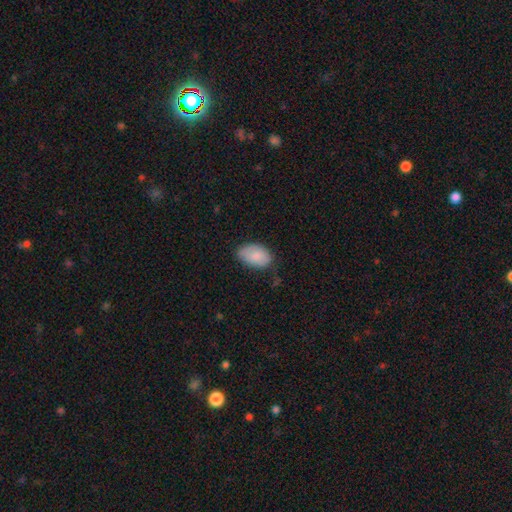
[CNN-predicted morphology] Smooth or featured?
  - smooth: 84% *
  - featured or disk: 9%
  - star or artifact: 7%
How rounded?
  - in between: 91% *
  - round: 8%
  - cigar-shaped: 1%
Merging?
  - none: 69% *
  - minor disturbance: 25%
  - major disturbance: 5%
  - merger: 2%